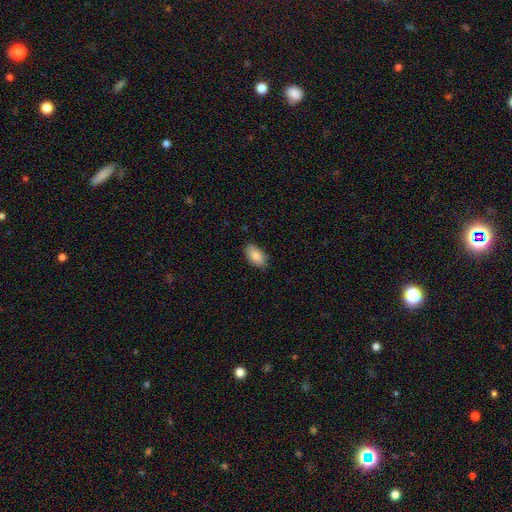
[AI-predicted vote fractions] This is clearly a smooth galaxy (86%). How rounded: clearly in between (94%). Merging: clearly none (85%).